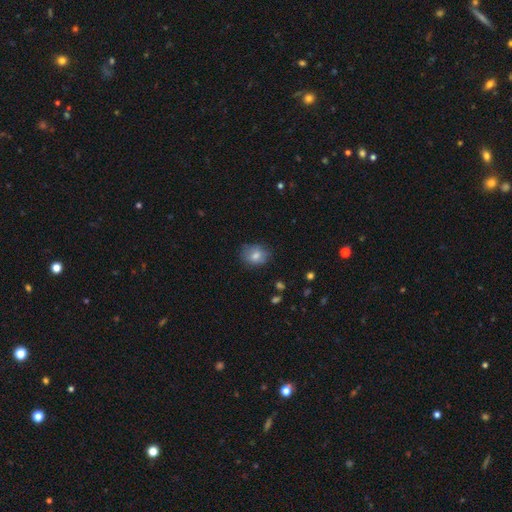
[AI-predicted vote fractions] This appears to be a smooth galaxy with no disk features (77%) that is in between round and cigar-shaped (52%). Merging: none (74%).